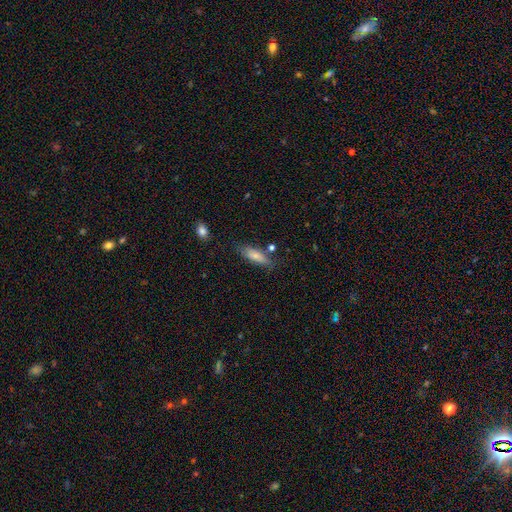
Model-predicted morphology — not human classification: Smooth or featured?
  - smooth: 75% *
  - featured or disk: 18%
  - star or artifact: 7%
How rounded?
  - in between: 54% *
  - cigar-shaped: 44%
  - round: 2%
Merging?
  - none: 71% *
  - minor disturbance: 19%
  - merger: 5%
  - major disturbance: 5%